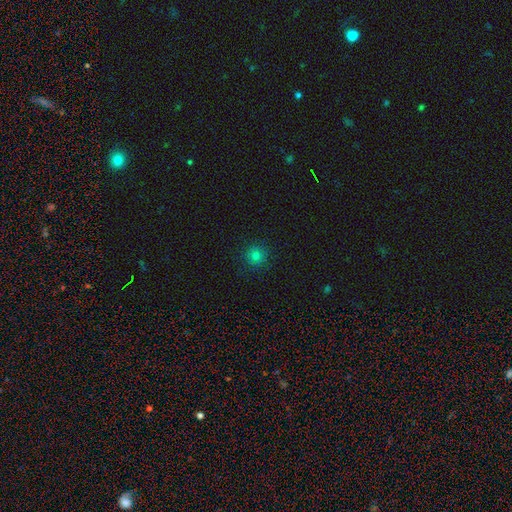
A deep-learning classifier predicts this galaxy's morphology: The model was most divided on "smooth or featured": smooth: 77%, star or artifact: 16%, featured or disk: 7%. More confident: how rounded — round (94%); merging — none (90%).